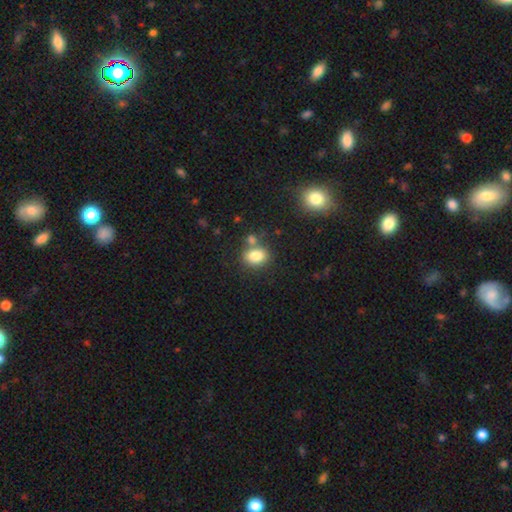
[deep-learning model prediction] smooth-or-featured: smooth: 82% | star or artifact: 10% | featured or disk: 8%
  how-rounded: in between: 64% | round: 35% | cigar-shaped: 1%
  merging: none: 62% | merger: 21% | minor disturbance: 13% | major disturbance: 4%